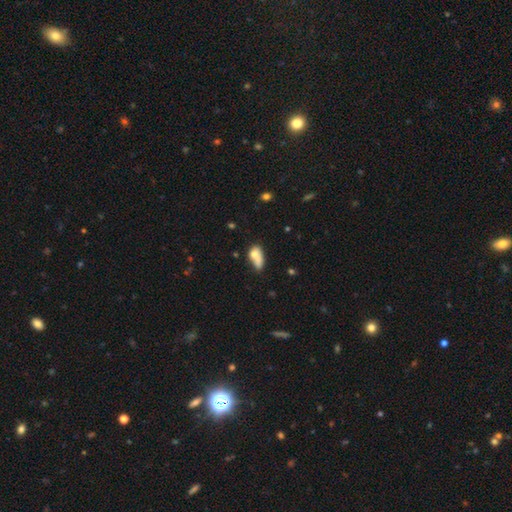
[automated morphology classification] The model was most divided on "merging": merger: 36%, none: 31%, minor disturbance: 21%, major disturbance: 13%. More confident: how rounded — in between (77%); smooth or featured — smooth (69%).